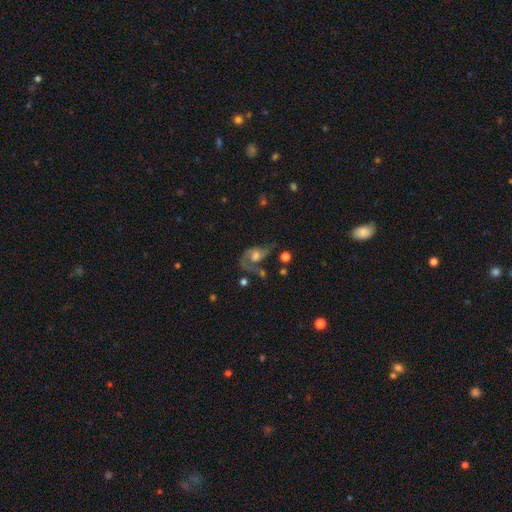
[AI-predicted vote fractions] Smooth or featured? featured or disk (59%)
Edge-on disk? no (95%)
Bar? no (70%)
Spiral arms? yes (75%)
Bulge size? moderate (51%)
Merging? major disturbance (39%)